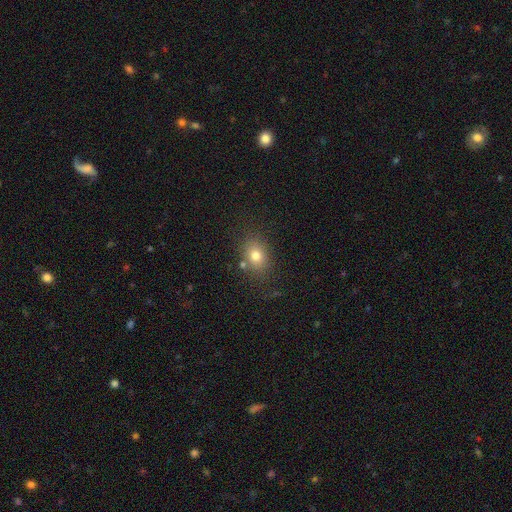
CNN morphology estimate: Smooth or featured? smooth (76%)
How rounded? in between (52%)
Merging? none (76%)